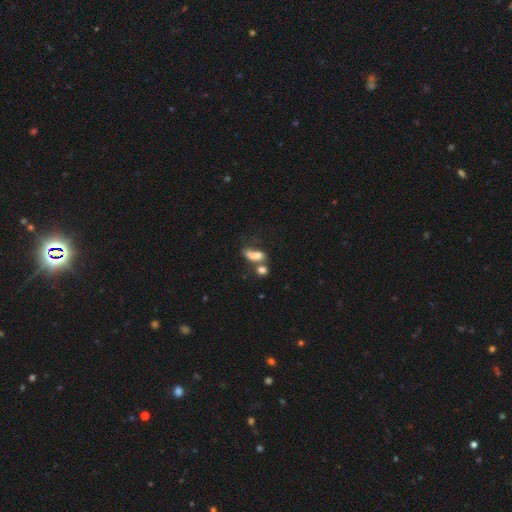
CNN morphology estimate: Q: Smooth or featured?
A: smooth (61%); runner-up: featured or disk (26%)
Q: How rounded?
A: in between (69%); runner-up: cigar-shaped (18%)
Q: Merging?
A: merger (44%); runner-up: none (22%)